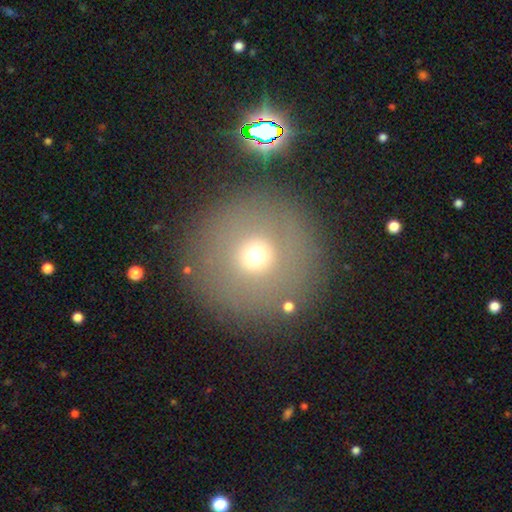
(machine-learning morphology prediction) Overall: smooth (64%). How rounded: round (93%). Merging: none (83%).